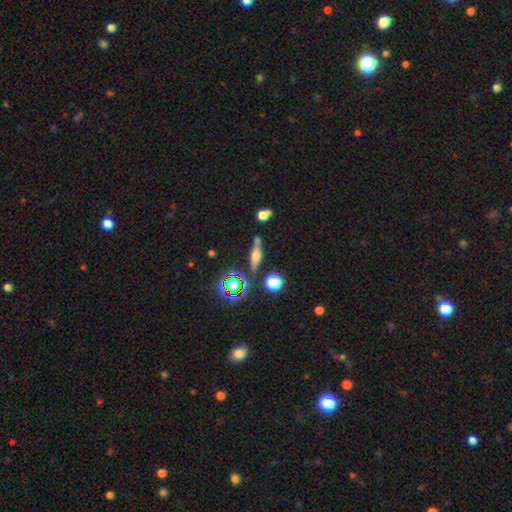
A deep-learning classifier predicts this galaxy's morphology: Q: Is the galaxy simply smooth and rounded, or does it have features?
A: featured or disk — 51%.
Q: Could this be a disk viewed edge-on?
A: yes — 91%.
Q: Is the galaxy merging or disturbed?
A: none — 75%.